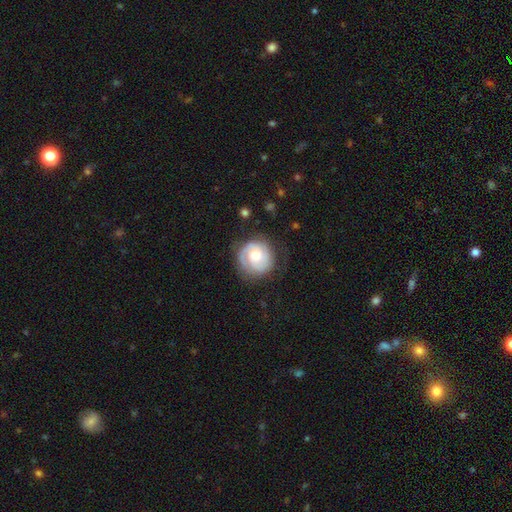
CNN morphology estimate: Overall: featured or disk (62%; smooth 32%). Edge-on disk: no (98%). Bar: no (74%). Spiral arms: yes (87%). Spiral arm count: 2 (44%; can't tell 26%). Spiral winding: tight (59%; medium 30%). Bulge size: moderate (65%). Merging: none (71%).